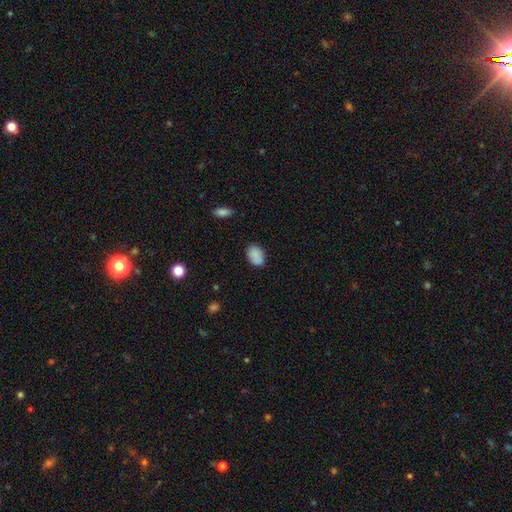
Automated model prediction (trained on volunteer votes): The model was most divided on "merging": none: 72%, minor disturbance: 18%, merger: 6%, major disturbance: 4%. More confident: smooth or featured — smooth (83%); how rounded — in between (78%).